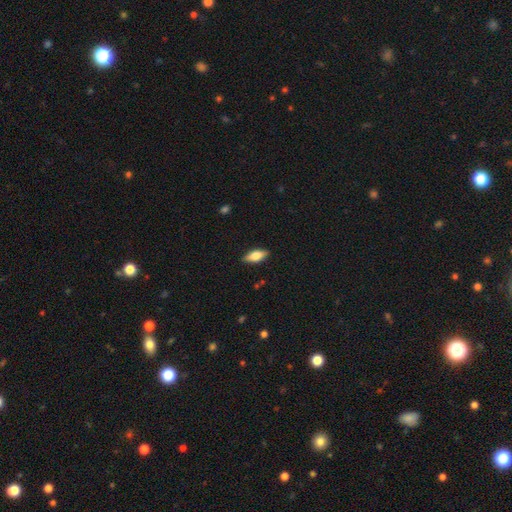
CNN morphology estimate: Q: Smooth or featured?
A: smooth (65%); runner-up: featured or disk (28%)
Q: How rounded?
A: in between (73%); runner-up: cigar-shaped (24%)
Q: Merging?
A: none (88%); runner-up: minor disturbance (9%)